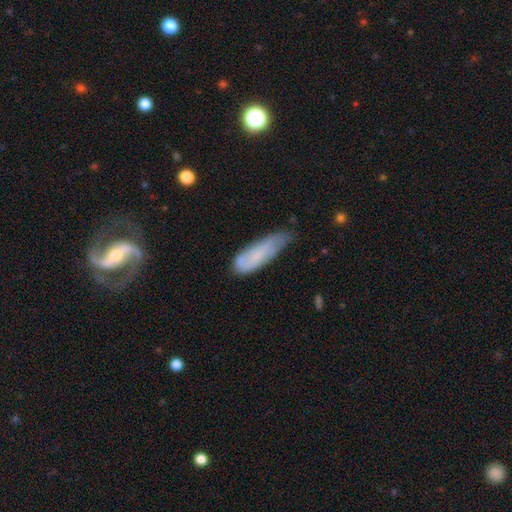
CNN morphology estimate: smooth-or-featured: smooth: 64% | featured or disk: 28% | star or artifact: 8%
  how-rounded: in between: 51% | cigar-shaped: 48% | round: 2%
  merging: none: 44% | minor disturbance: 41% | major disturbance: 12% | merger: 3%